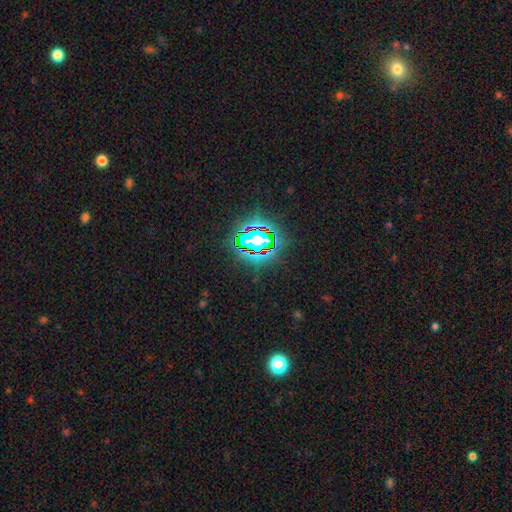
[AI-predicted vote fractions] Morphology: type=star or artifact (81%).